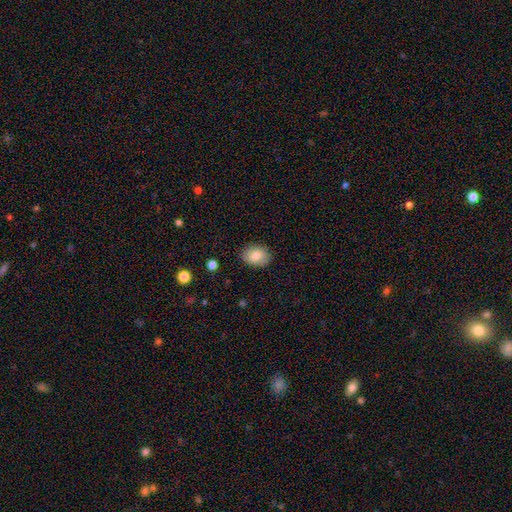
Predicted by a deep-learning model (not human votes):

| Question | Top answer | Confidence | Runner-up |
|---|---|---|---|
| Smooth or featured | smooth | 82% | featured or disk (11%) |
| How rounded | in between | 67% | round (32%) |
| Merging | none | 87% | minor disturbance (10%) |